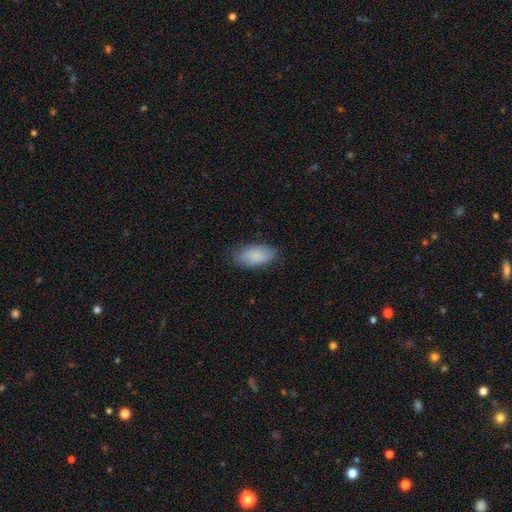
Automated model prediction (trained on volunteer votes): This appears to be a smooth galaxy with no disk features (85%) that is in between round and cigar-shaped (93%). Merging: none (79%).